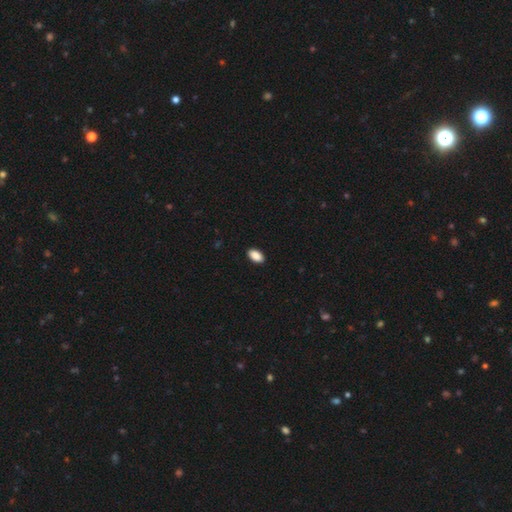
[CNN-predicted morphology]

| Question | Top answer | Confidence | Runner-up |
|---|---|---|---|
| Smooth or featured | smooth | 90% | star or artifact (7%) |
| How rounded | in between | 94% | round (4%) |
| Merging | none | 90% | minor disturbance (7%) |